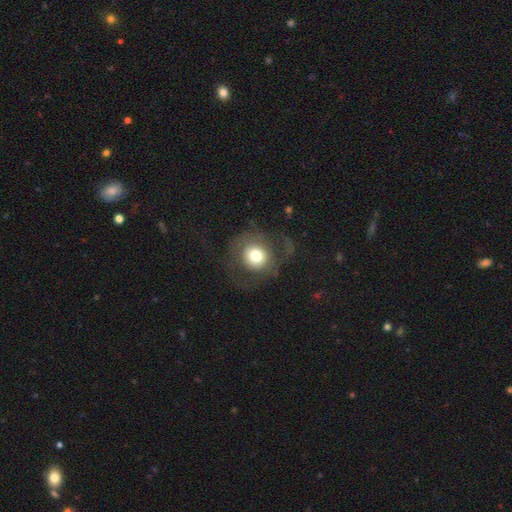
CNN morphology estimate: Q: Smooth or featured?
A: smooth (61%); runner-up: featured or disk (29%)
Q: How rounded?
A: round (88%); runner-up: in between (11%)
Q: Merging?
A: none (60%); runner-up: major disturbance (24%)